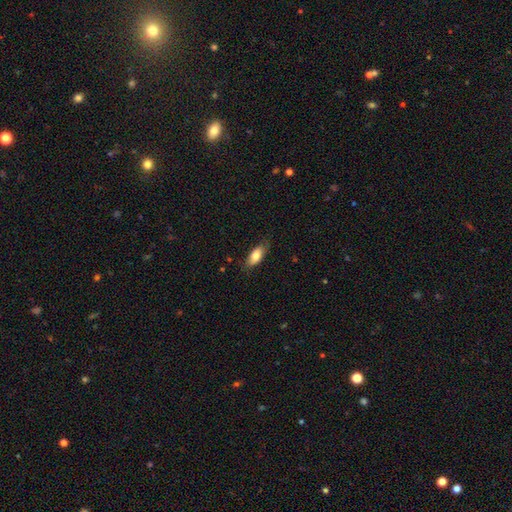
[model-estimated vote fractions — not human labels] Q: Smooth or featured?
A: smooth (79%); runner-up: featured or disk (14%)
Q: How rounded?
A: in between (81%); runner-up: cigar-shaped (16%)
Q: Merging?
A: none (75%); runner-up: minor disturbance (20%)